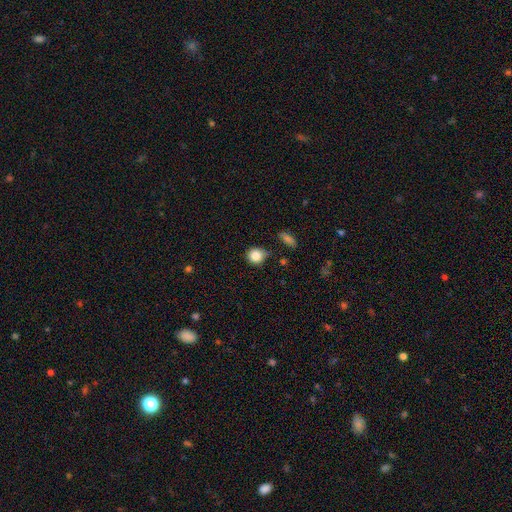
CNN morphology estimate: Smooth or featured?
  - smooth: 84% *
  - star or artifact: 10%
  - featured or disk: 6%
How rounded?
  - round: 84% *
  - in between: 15%
  - cigar-shaped: 1%
Merging?
  - none: 69% *
  - minor disturbance: 22%
  - major disturbance: 5%
  - merger: 3%